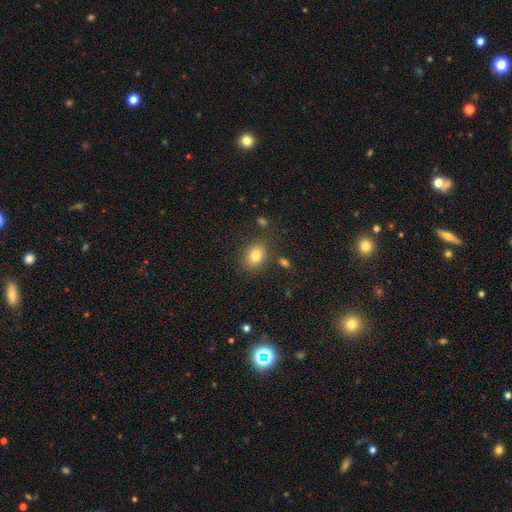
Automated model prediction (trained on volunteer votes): Smooth or featured? Predicted: smooth (p=0.81). How rounded? Predicted: in between (p=0.62). Merging? Predicted: none (p=0.81).